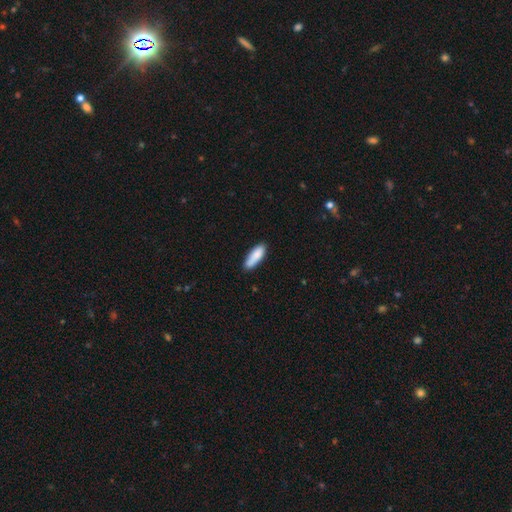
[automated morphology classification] smooth-or-featured: smooth: 86% | featured or disk: 8% | star or artifact: 6%
  how-rounded: in between: 53% | cigar-shaped: 46% | round: 2%
  merging: none: 79% | minor disturbance: 16% | merger: 3% | major disturbance: 2%